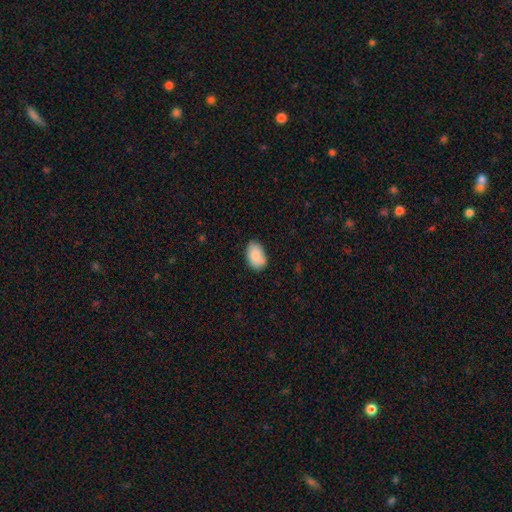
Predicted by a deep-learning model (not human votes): Morphology: type=smooth (88%); roundness=in between (91%); merging=none (77%).